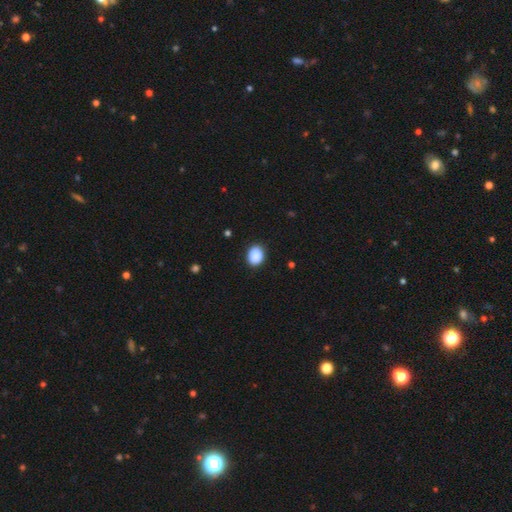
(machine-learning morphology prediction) Q: Smooth or featured?
A: smooth (89%); runner-up: star or artifact (8%)
Q: How rounded?
A: in between (55%); runner-up: round (44%)
Q: Merging?
A: none (86%); runner-up: minor disturbance (10%)